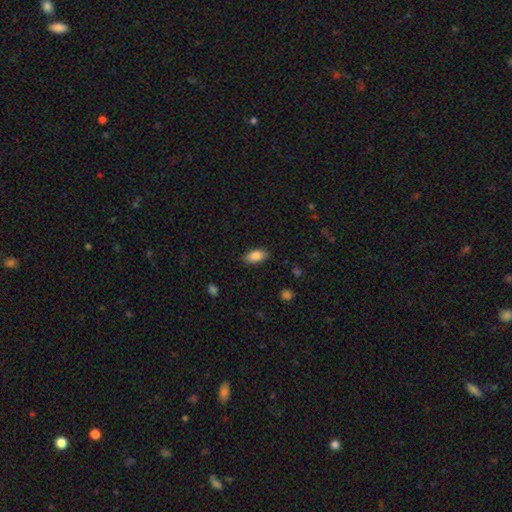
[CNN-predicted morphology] Smooth or featured? Predicted: smooth (p=0.86). How rounded? Predicted: in between (p=0.91). Merging? Predicted: none (p=0.86).